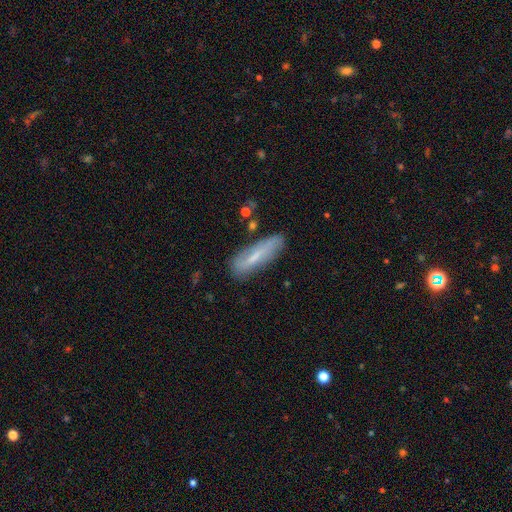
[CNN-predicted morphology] This appears to be a smooth galaxy with no disk features (52%) that is cigar-shaped (64%). Merging: none (75%).